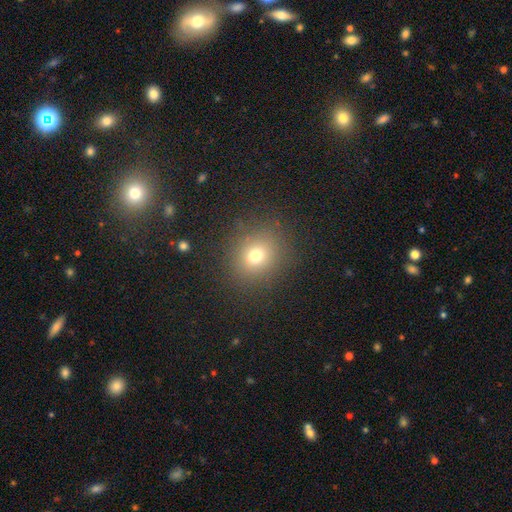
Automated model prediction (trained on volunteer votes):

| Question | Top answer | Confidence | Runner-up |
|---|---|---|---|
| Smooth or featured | smooth | 72% | star or artifact (18%) |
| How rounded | round | 80% | in between (19%) |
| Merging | none | 86% | minor disturbance (9%) |